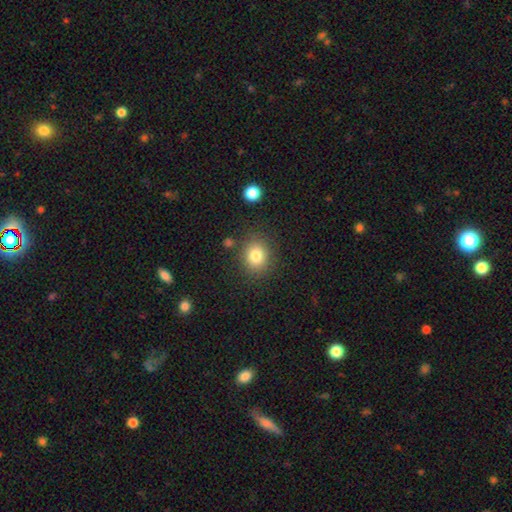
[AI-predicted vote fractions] Q: Smooth or featured?
A: smooth (82%); runner-up: star or artifact (11%)
Q: How rounded?
A: round (74%); runner-up: in between (25%)
Q: Merging?
A: none (83%); runner-up: minor disturbance (10%)